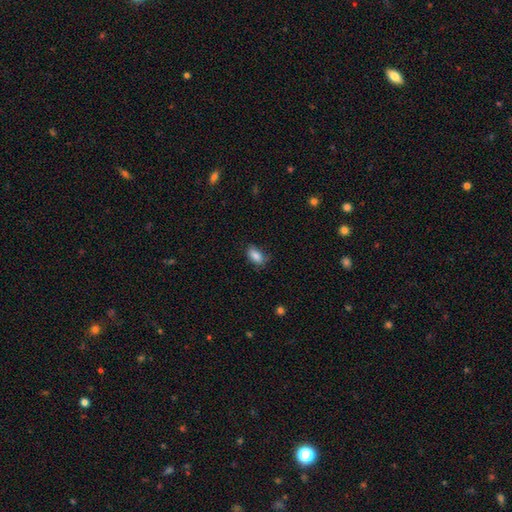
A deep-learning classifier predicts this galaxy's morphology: Q: Smooth or featured?
A: smooth (85%); runner-up: star or artifact (8%)
Q: How rounded?
A: in between (90%); runner-up: round (6%)
Q: Merging?
A: none (71%); runner-up: minor disturbance (23%)